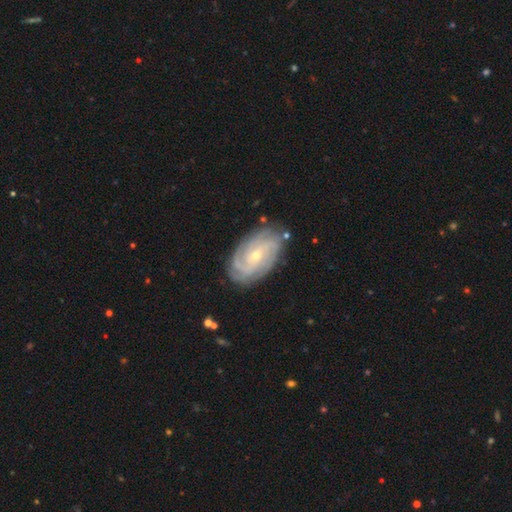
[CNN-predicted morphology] Smooth or featured?
  - featured or disk: 85% *
  - smooth: 9%
  - star or artifact: 6%
Edge-on disk?
  - no: 96% *
  - yes: 4%
Bar?
  - no: 57% *
  - weak: 33%
  - strong: 9%
Spiral arms?
  - yes: 97% *
  - no: 3%
Spiral winding?
  - tight: 71% *
  - medium: 24%
  - loose: 5%
Spiral arm count?
  - can't tell: 27% *
  - 4: 25%
  - 3: 19%
  - 2: 13%
  - more than 4: 9%
  - 1: 6%
Bulge size?
  - small: 67% *
  - moderate: 30%
  - large: 1%
  - none: 1%
  - dominant: 1%
Merging?
  - none: 82% *
  - minor disturbance: 14%
  - major disturbance: 3%
  - merger: 1%